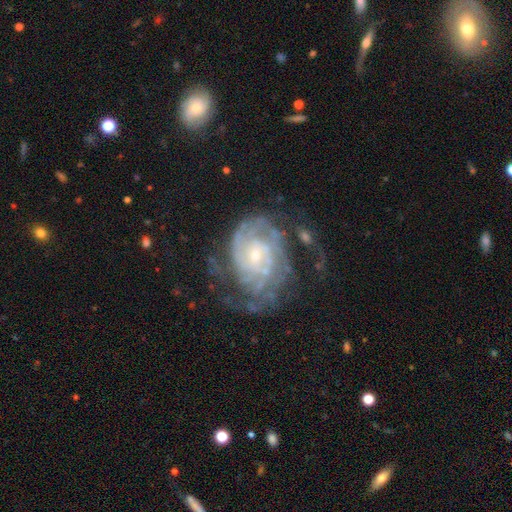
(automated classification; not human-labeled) The model was most divided on "spiral arm count": can't tell: 35%, 2: 25%, 3: 16%, 4: 11%, more than 4: 7%, 1: 6%. More confident: edge-on disk — no (97%); spiral arms — yes (95%); smooth or featured — featured or disk (87%); bulge size — small (70%); bar — no (65%); spiral winding — tight (62%); merging — none (56%).